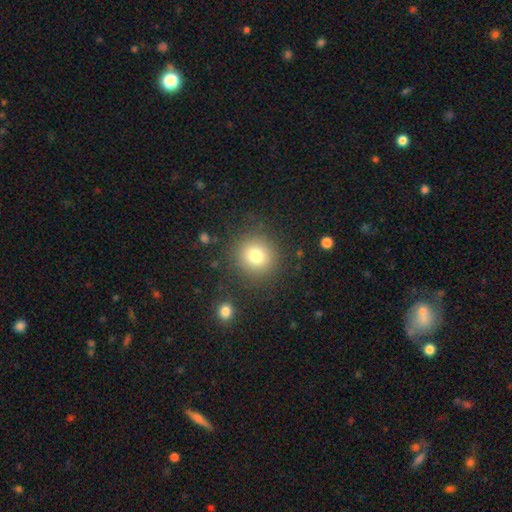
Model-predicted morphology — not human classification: smooth-or-featured: smooth: 78% | star or artifact: 13% | featured or disk: 10%
  how-rounded: round: 91% | in between: 8% | cigar-shaped: 1%
  merging: none: 87% | minor disturbance: 7% | major disturbance: 4% | merger: 2%